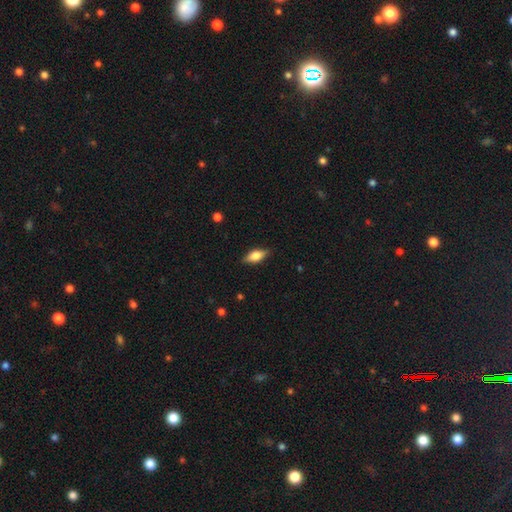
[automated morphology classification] type=smooth (66%); roundness=in between (78%); merging=none (85%).